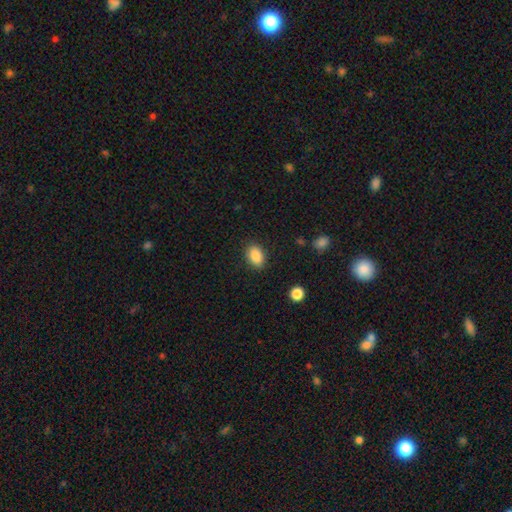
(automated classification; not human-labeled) Smooth or featured: smooth — 87% (star or artifact — 8%)
How rounded: in between — 85% (round — 13%)
Merging: none — 87% (minor disturbance — 10%)